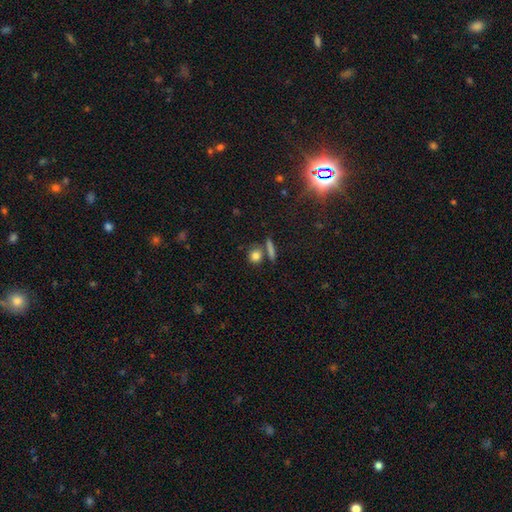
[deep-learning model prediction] Smooth or featured? Predicted: smooth (p=0.81). How rounded? Predicted: round (p=0.79). Merging? Predicted: none (p=0.71).